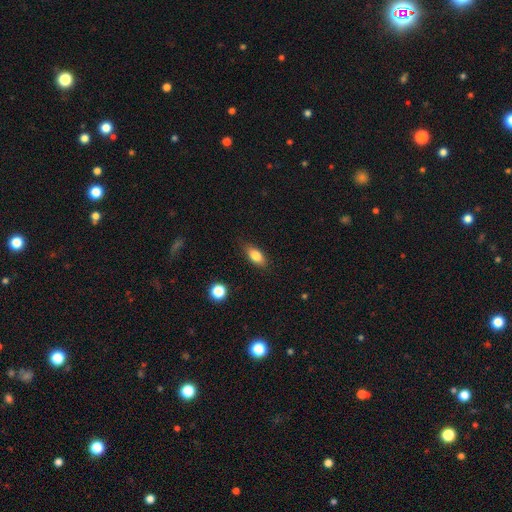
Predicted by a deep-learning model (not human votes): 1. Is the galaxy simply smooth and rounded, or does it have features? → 81% smooth, 11% featured or disk, 8% star or artifact.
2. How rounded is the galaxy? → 85% in between, 10% cigar-shaped, 6% round.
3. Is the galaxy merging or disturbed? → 85% none, 11% minor disturbance, 3% major disturbance, 1% merger.